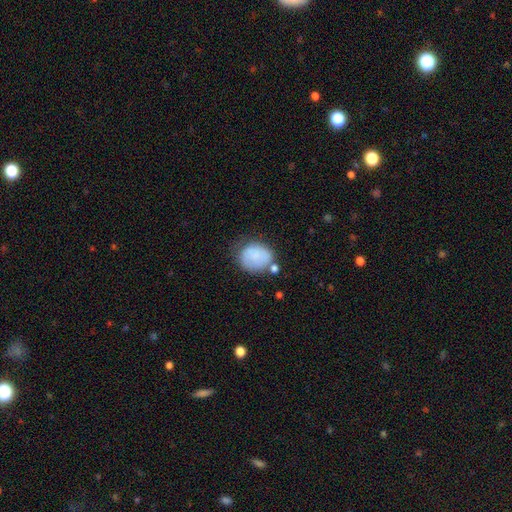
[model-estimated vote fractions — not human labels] Smooth or featured: smooth — 80% (featured or disk — 12%)
How rounded: round — 63% (in between — 36%)
Merging: none — 52% (minor disturbance — 26%)